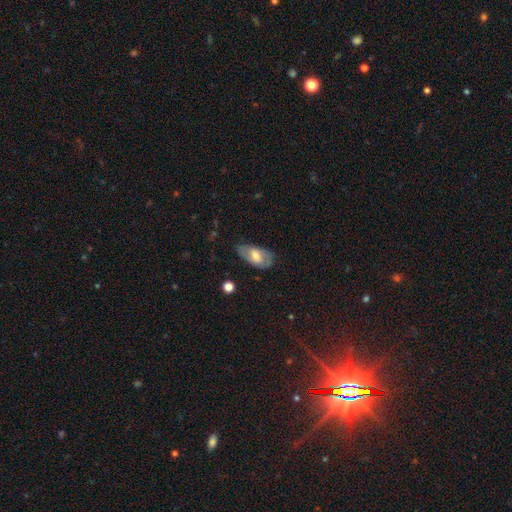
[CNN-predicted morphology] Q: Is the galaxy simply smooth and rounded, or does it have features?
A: smooth — 51%.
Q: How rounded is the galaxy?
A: in between — 91%.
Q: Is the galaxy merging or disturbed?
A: none — 67%.